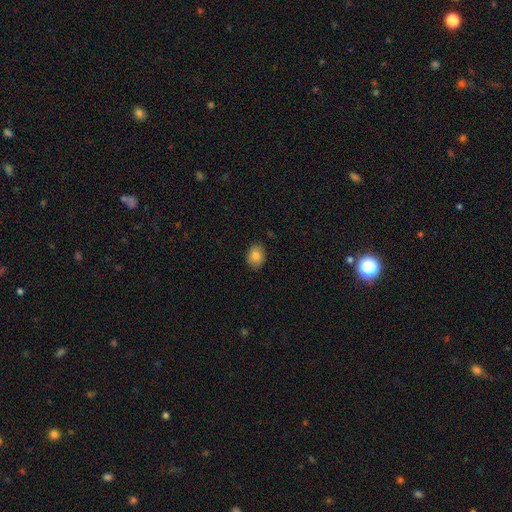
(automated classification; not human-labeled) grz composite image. It shows a smooth galaxy with no disk features (82%) that is in between round and cigar-shaped (54%). Merging: none (86%).